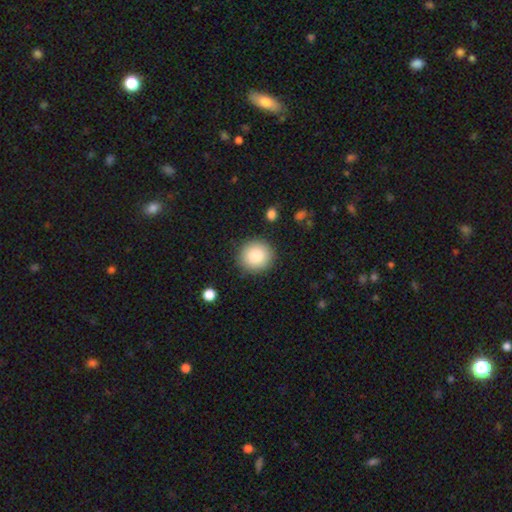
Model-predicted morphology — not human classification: smooth-or-featured: smooth: 83% | star or artifact: 9% | featured or disk: 9%
  how-rounded: round: 92% | in between: 7% | cigar-shaped: 1%
  merging: none: 89% | minor disturbance: 7% | major disturbance: 2% | merger: 2%